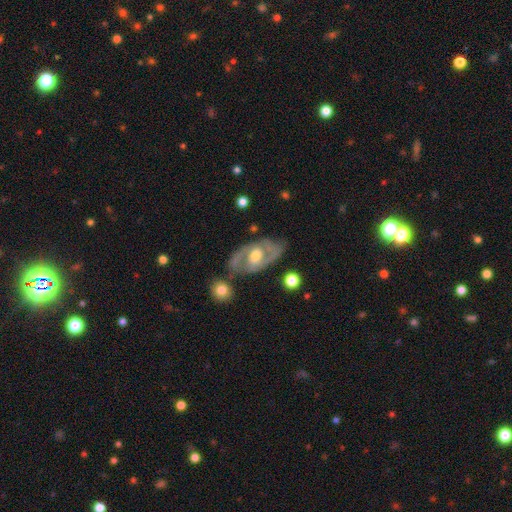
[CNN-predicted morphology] This is likely a featured or disk galaxy (78%). It is clearly not viewed edge-on (93%). Bar: possibly no (50%). Spiral arm pattern: likely yes (76%). Spiral arm count: likely 2 (78%). Spiral winding: possibly medium (50%). Central bulge: likely moderate (70%). Merging: likely none (66%).